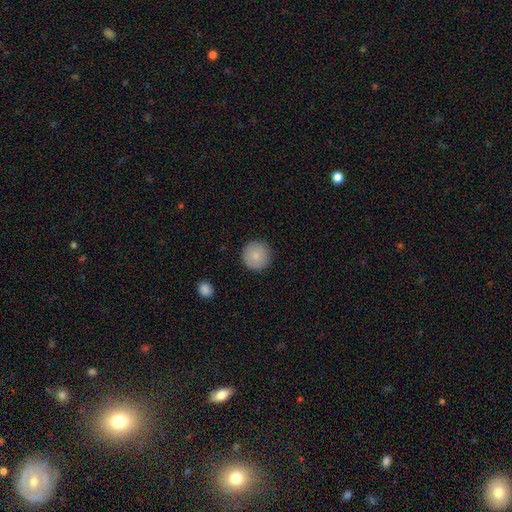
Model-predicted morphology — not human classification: Q: Smooth or featured?
A: smooth (84%); runner-up: featured or disk (9%)
Q: How rounded?
A: round (95%); runner-up: in between (4%)
Q: Merging?
A: none (91%); runner-up: minor disturbance (6%)